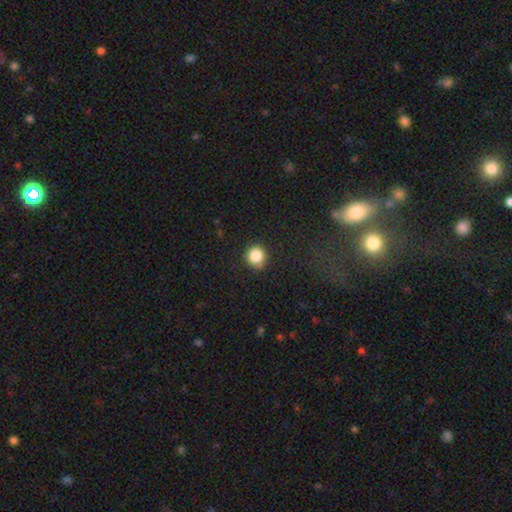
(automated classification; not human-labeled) This is clearly a smooth galaxy (86%). How rounded: clearly round (93%). Merging: clearly none (87%).